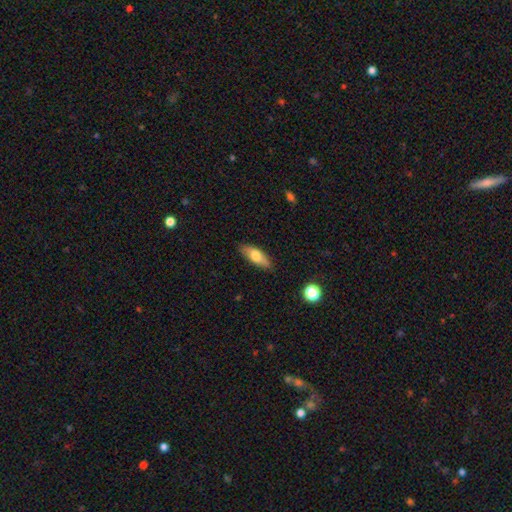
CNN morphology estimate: Overall: smooth (70%). How rounded: in between (70%). Merging: none (85%).